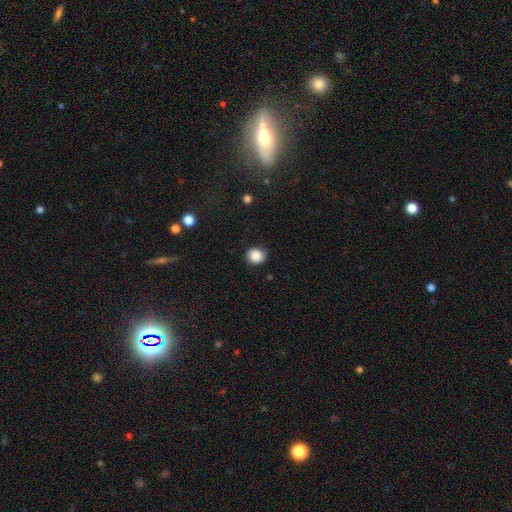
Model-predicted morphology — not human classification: A smooth galaxy with no disk features (87%) that is round (79%).

Vote fractions:
- Smooth or featured? smooth: 87% / star or artifact: 9% / featured or disk: 5%
- How rounded? round: 79% / in between: 20% / cigar-shaped: 1%
- Merging? none: 84% / minor disturbance: 12% / major disturbance: 3% / merger: 1%